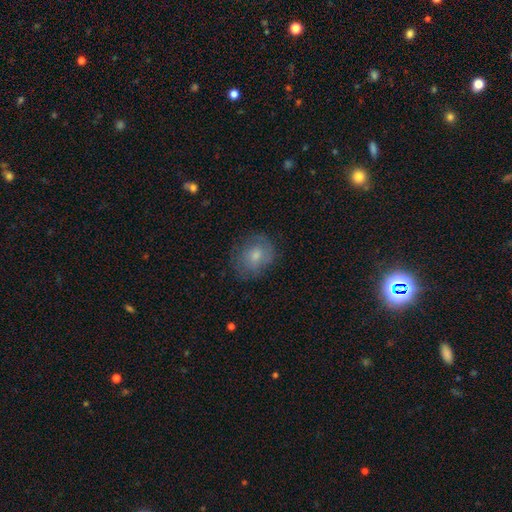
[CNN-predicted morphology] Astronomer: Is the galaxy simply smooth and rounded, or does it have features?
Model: smooth — 66%.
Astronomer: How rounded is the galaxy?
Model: round — 64%.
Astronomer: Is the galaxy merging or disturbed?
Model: none — 70%.